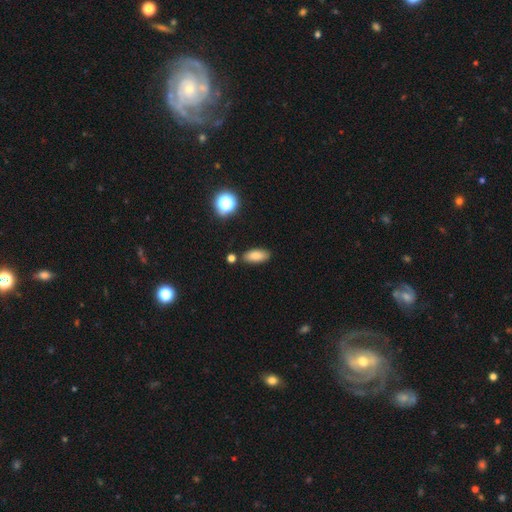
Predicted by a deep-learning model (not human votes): smooth 81%, star or artifact 10%, featured or disk 8%. Down the decision tree: how rounded — in between (86%); merging — none (82%).